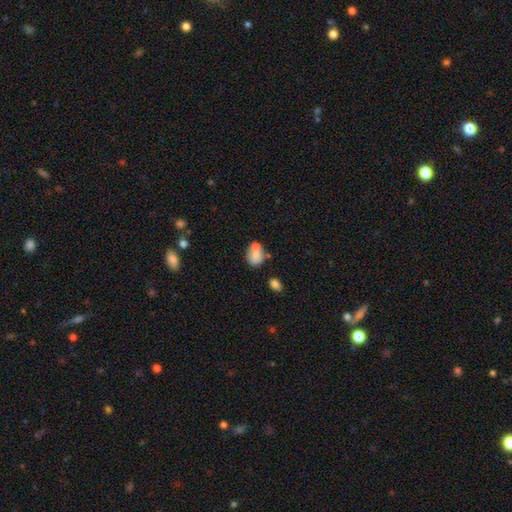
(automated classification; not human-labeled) Smooth or featured: smooth — 75% (featured or disk — 16%)
How rounded: in between — 63% (round — 36%)
Merging: none — 42% (merger — 36%)